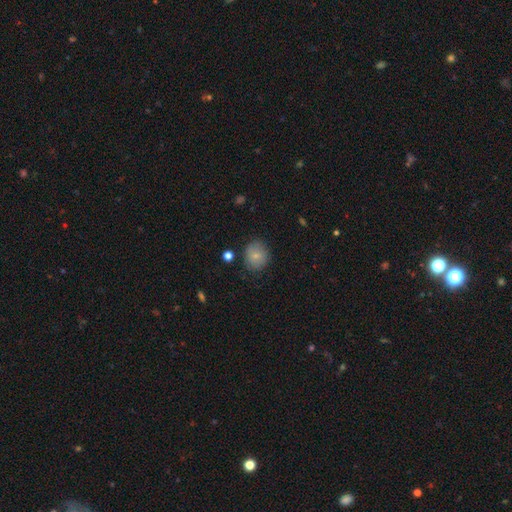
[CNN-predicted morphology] A smooth galaxy with no disk features (78%) that is round (75%).

Vote fractions:
- Smooth or featured? smooth: 78% / featured or disk: 12% / star or artifact: 10%
- How rounded? round: 75% / in between: 24% / cigar-shaped: 1%
- Merging? none: 79% / minor disturbance: 15% / major disturbance: 4% / merger: 2%